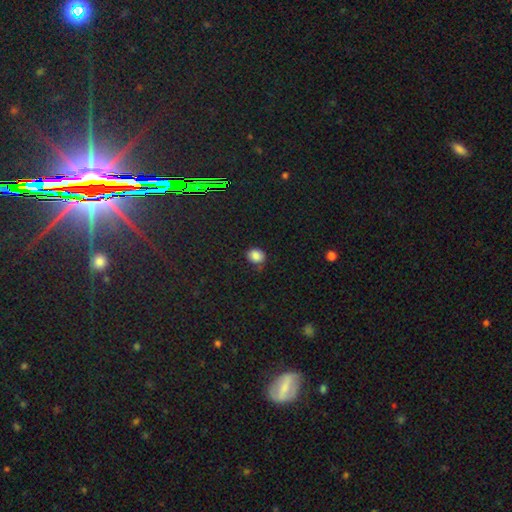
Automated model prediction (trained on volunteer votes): Smooth or featured: smooth — 85% (star or artifact — 11%)
How rounded: round — 63% (in between — 36%)
Merging: none — 75% (minor disturbance — 18%)